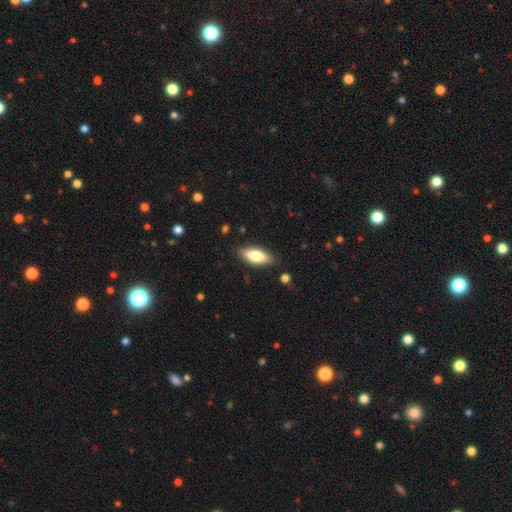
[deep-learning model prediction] A smooth galaxy with no disk features (77%) that is in between round and cigar-shaped (74%). Merging: none (86%).